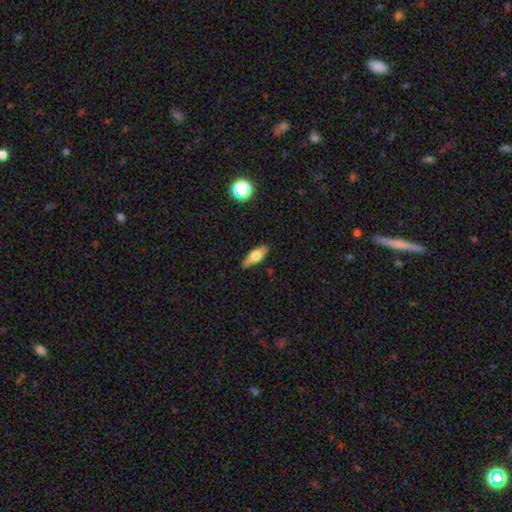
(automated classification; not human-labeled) A smooth galaxy with no disk features (51%) that is in between round and cigar-shaped (59%). Merging: none (87%).